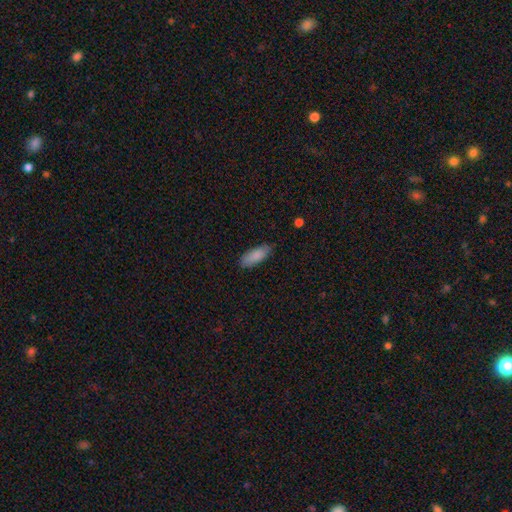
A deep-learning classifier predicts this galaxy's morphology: smooth-or-featured: smooth: 87% | featured or disk: 7% | star or artifact: 6%
  how-rounded: in between: 76% | cigar-shaped: 22% | round: 2%
  merging: none: 84% | minor disturbance: 13% | major disturbance: 2% | merger: 1%